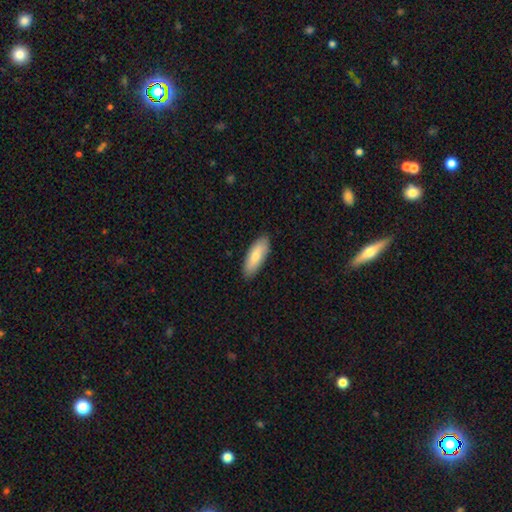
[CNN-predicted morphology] This is likely a smooth galaxy (77%). How rounded: likely in between (69%). Merging: clearly none (88%).